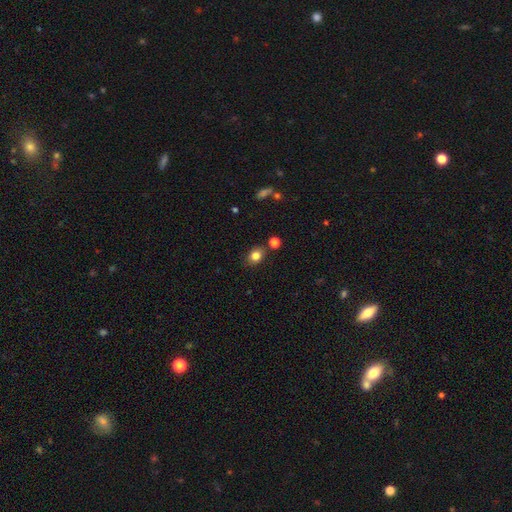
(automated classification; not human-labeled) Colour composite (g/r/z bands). It shows a smooth galaxy with no disk features (82%) that is round (50%). Merging: none (80%).